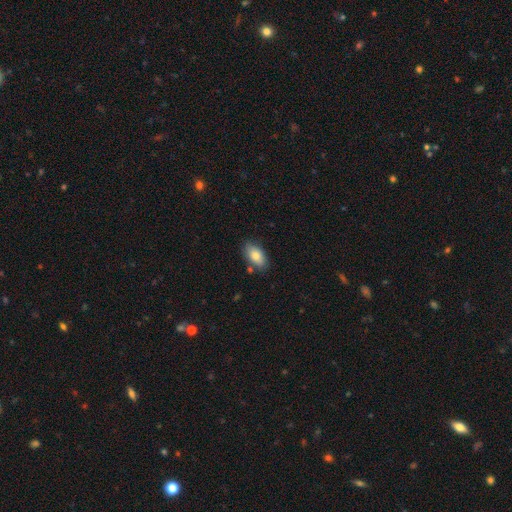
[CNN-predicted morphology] Smooth or featured?
  - smooth: 81% *
  - featured or disk: 12%
  - star or artifact: 7%
How rounded?
  - in between: 93% *
  - round: 4%
  - cigar-shaped: 3%
Merging?
  - none: 79% *
  - minor disturbance: 14%
  - merger: 4%
  - major disturbance: 3%